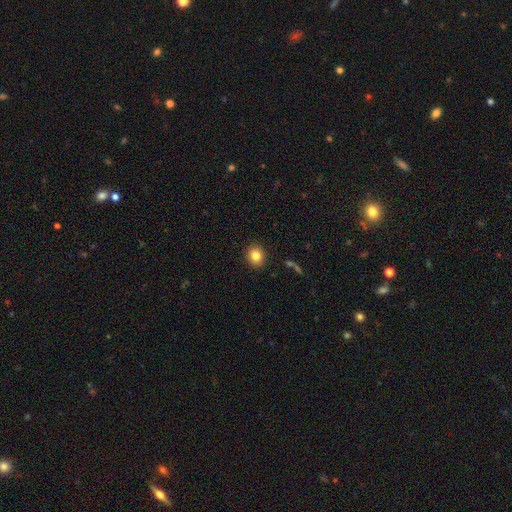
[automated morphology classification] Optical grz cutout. It shows a smooth galaxy with no disk features (83%) that is round (70%). Merging: none (90%).